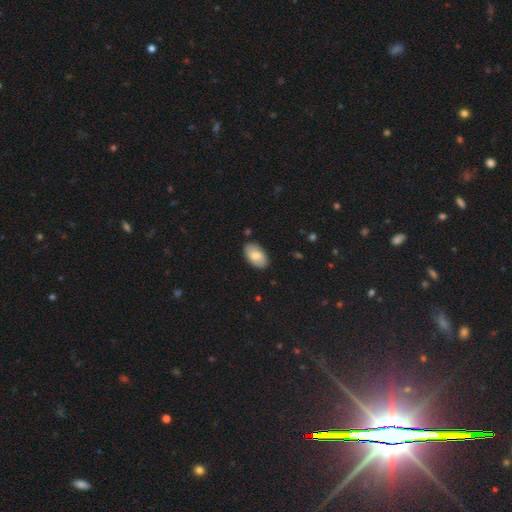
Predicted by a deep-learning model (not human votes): Smooth or featured: smooth — 74% (featured or disk — 20%)
How rounded: in between — 94% (round — 5%)
Merging: none — 86% (minor disturbance — 11%)